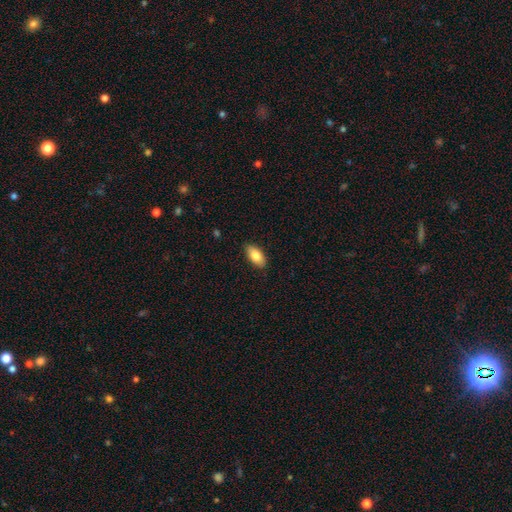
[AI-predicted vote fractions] Q: Smooth or featured?
A: smooth (84%); runner-up: featured or disk (9%)
Q: How rounded?
A: in between (92%); runner-up: cigar-shaped (5%)
Q: Merging?
A: none (89%); runner-up: minor disturbance (9%)